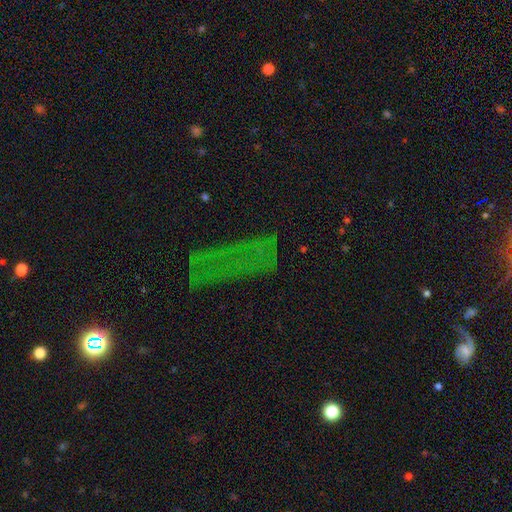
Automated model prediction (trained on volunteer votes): smooth-or-featured: star or artifact: 49% | smooth: 28% | featured or disk: 23%